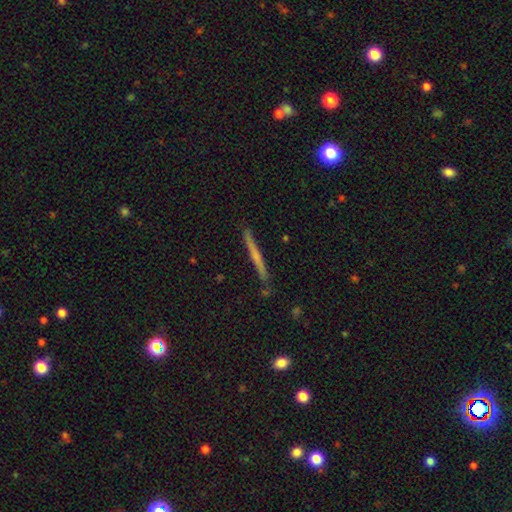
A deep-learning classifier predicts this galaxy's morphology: smooth_or_featured: featured or disk (p=0.51) [alt: smooth p=0.43]
disk_edge_on: yes (p=0.97) [alt: no p=0.03]
merging: none (p=0.89) [alt: minor disturbance p=0.08]